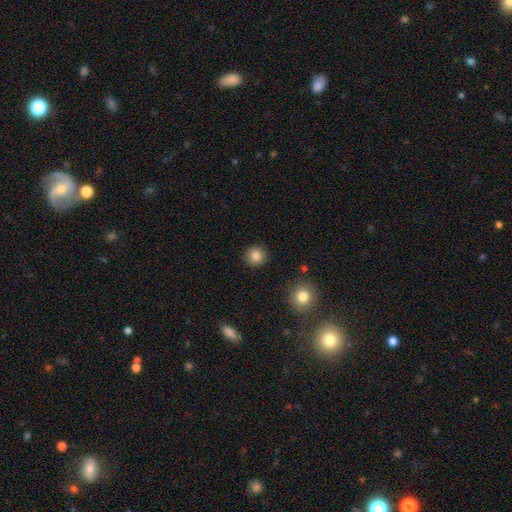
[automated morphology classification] smooth_or_featured: smooth (p=0.85) [alt: star or artifact p=0.10]
how_rounded: round (p=0.92) [alt: in between p=0.07]
merging: none (p=0.91) [alt: minor disturbance p=0.06]